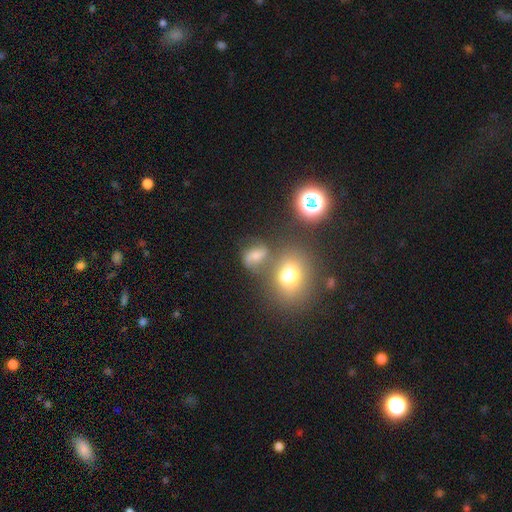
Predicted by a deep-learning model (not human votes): This appears to be a smooth galaxy with no disk features (42%). Merging: none (53%).